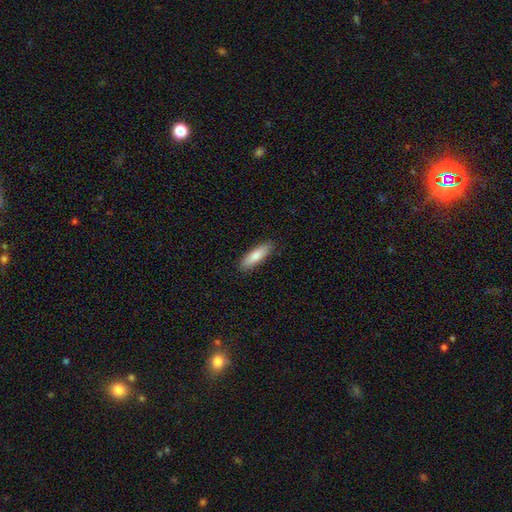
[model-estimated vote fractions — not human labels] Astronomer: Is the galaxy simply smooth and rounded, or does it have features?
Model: smooth — 80%.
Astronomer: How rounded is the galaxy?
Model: cigar-shaped — 58% (runner-up: in between, 41%).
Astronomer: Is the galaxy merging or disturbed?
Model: none — 89%.